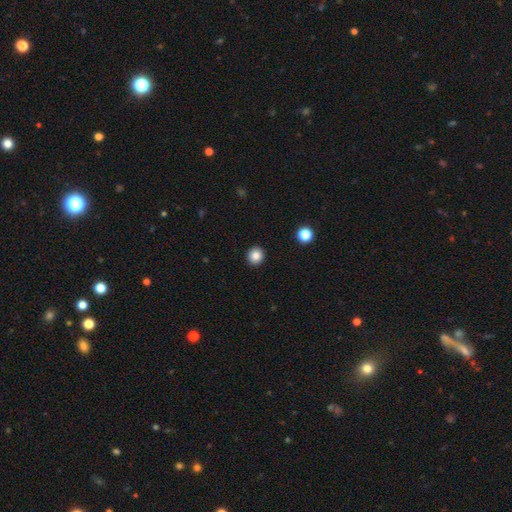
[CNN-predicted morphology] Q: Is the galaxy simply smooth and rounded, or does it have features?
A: smooth — 85%.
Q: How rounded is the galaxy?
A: round — 89%.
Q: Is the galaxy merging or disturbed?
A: none — 93%.